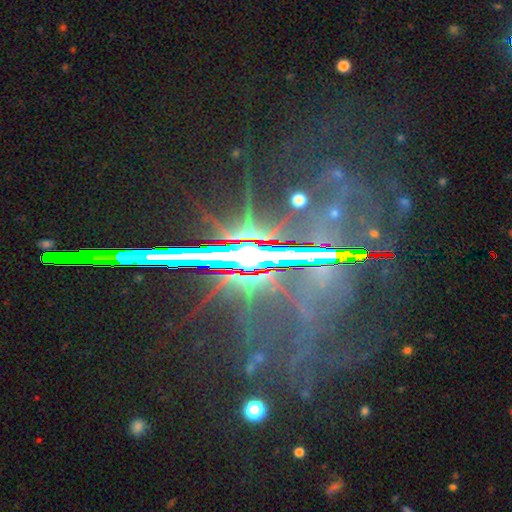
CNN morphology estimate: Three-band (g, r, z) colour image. It shows a star or artifact, not a galaxy (68%).